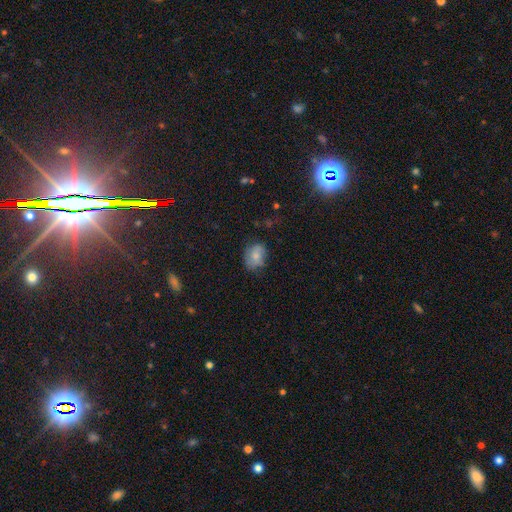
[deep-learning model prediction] Smooth or featured? smooth (71%)
How rounded? in between (57%)
Merging? none (64%)